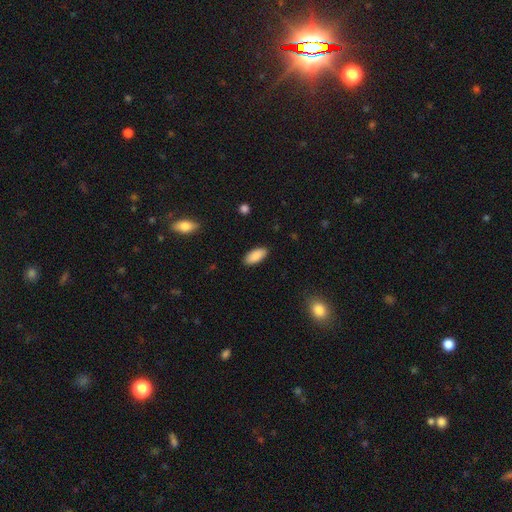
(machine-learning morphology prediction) Overall: smooth (89%). How rounded: in between (89%). Merging: none (89%).